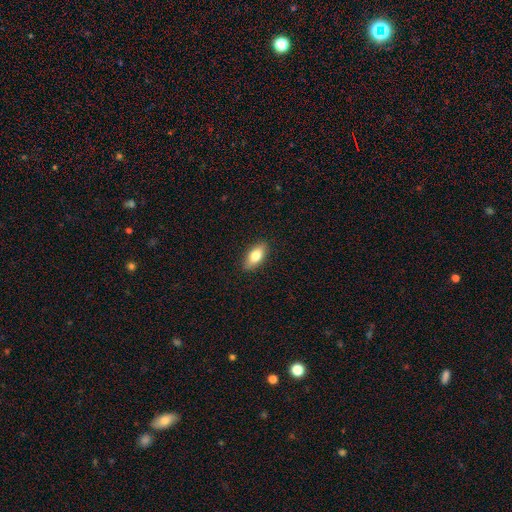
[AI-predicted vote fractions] The model was most divided on "smooth or featured": smooth: 77%, featured or disk: 16%, star or artifact: 7%. More confident: merging — none (89%); how rounded — in between (86%).